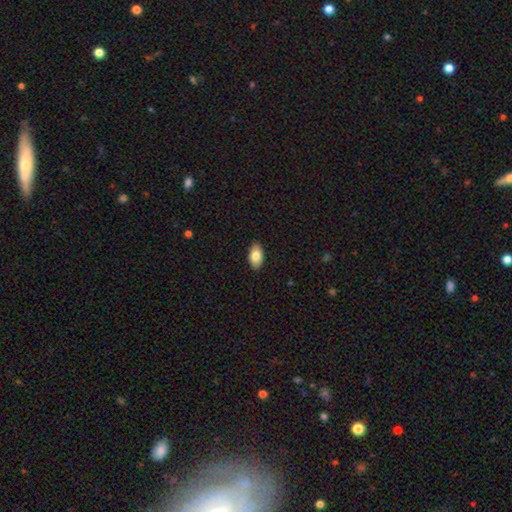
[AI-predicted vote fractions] A smooth galaxy with no disk features (82%) that is in between round and cigar-shaped (94%).

Vote fractions:
- Smooth or featured? smooth: 82% / featured or disk: 11% / star or artifact: 7%
- How rounded? in between: 94% / round: 5% / cigar-shaped: 2%
- Merging? none: 90% / minor disturbance: 8% / major disturbance: 2% / merger: 1%